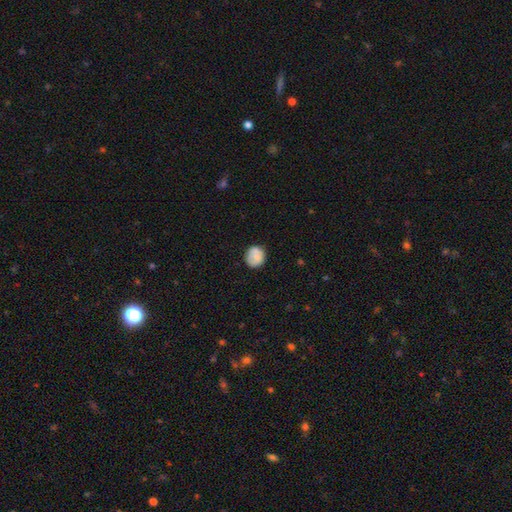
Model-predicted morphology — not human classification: Overall: smooth (74%). How rounded: round (79%). Merging: none (73%).